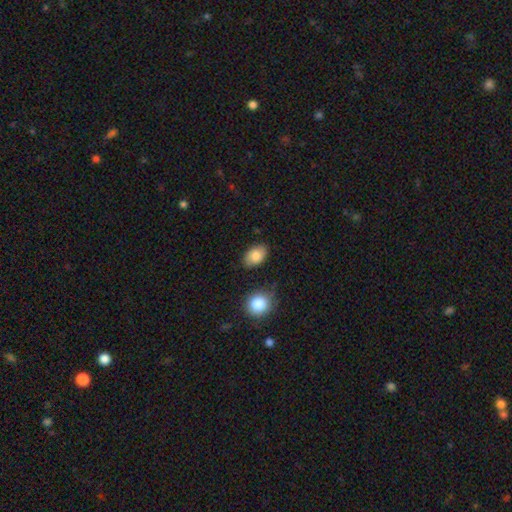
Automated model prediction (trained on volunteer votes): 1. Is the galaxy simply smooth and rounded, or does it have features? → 85% smooth, 8% featured or disk, 7% star or artifact.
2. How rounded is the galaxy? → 88% in between, 11% round, 1% cigar-shaped.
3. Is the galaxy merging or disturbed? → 79% none, 14% minor disturbance, 3% merger, 3% major disturbance.